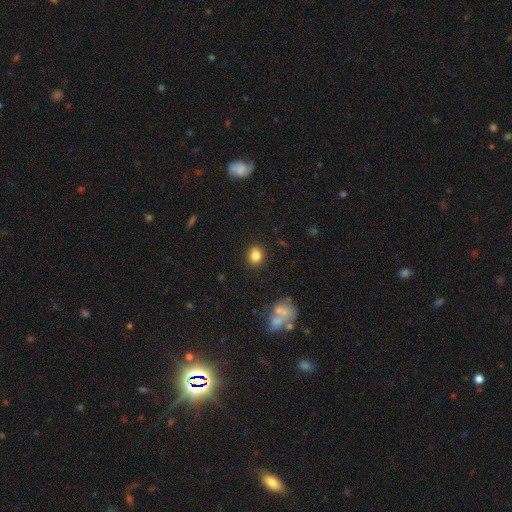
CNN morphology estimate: smooth_or_featured: smooth (p=0.82) [alt: star or artifact p=0.11]
how_rounded: round (p=0.72) [alt: in between p=0.27]
merging: none (p=0.87) [alt: minor disturbance p=0.09]